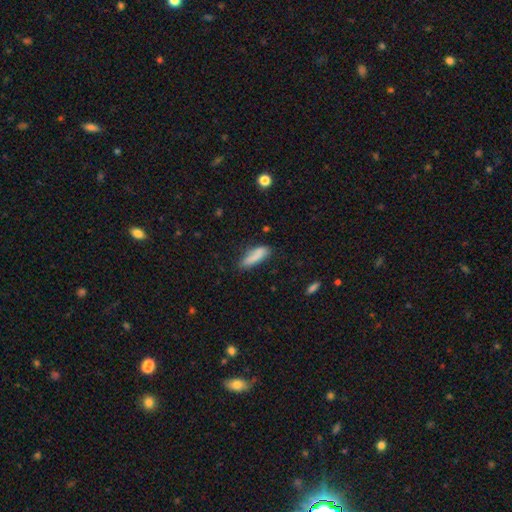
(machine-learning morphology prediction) Q: Smooth or featured?
A: smooth (80%); runner-up: featured or disk (13%)
Q: How rounded?
A: cigar-shaped (53%); runner-up: in between (45%)
Q: Merging?
A: none (64%); runner-up: minor disturbance (25%)